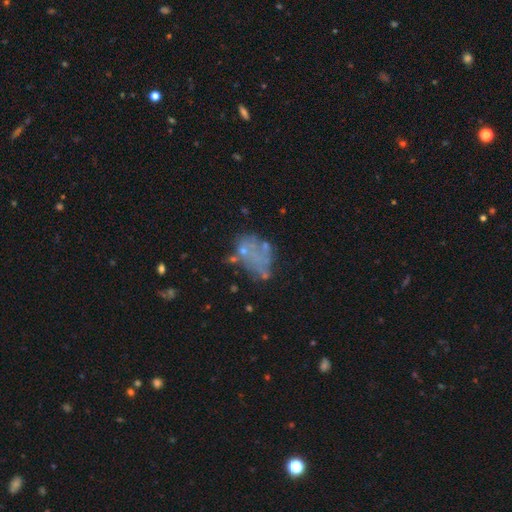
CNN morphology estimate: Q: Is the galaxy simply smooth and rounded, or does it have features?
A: featured or disk — 40%.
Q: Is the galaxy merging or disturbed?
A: none — 48%.